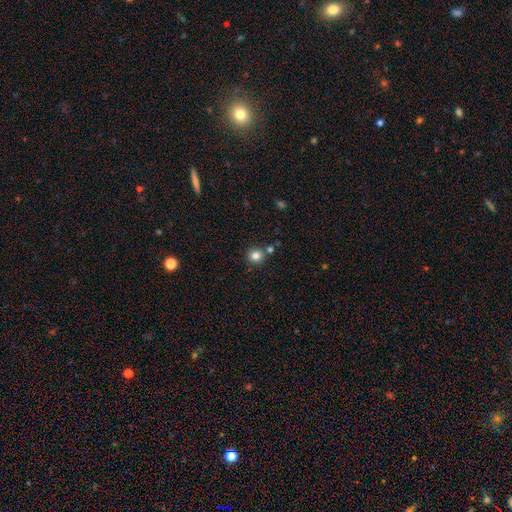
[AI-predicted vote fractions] A smooth galaxy with no disk features (82%) that is round (89%).

Vote fractions:
- Smooth or featured? smooth: 82% / star or artifact: 12% / featured or disk: 6%
- How rounded? round: 89% / in between: 10% / cigar-shaped: 1%
- Merging? none: 76% / merger: 12% / minor disturbance: 9% / major disturbance: 3%